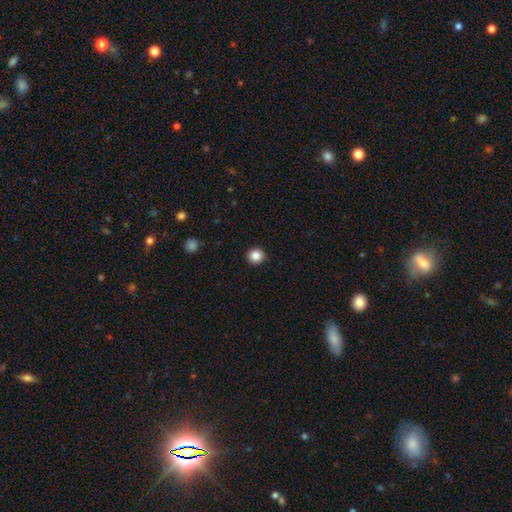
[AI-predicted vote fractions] Smooth or featured? smooth (86%)
How rounded? round (93%)
Merging? none (93%)